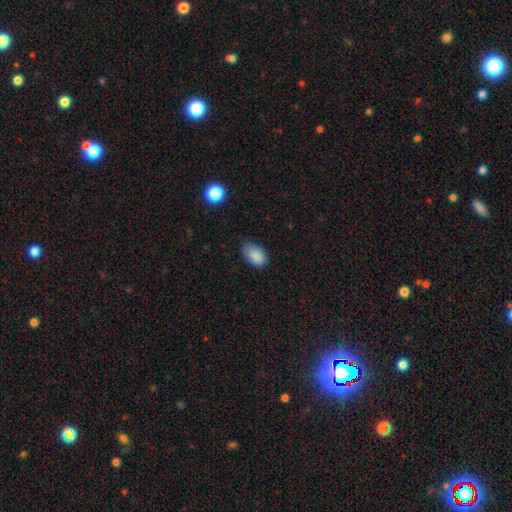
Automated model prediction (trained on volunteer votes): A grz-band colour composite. It shows a smooth galaxy with no disk features (87%) that is in between round and cigar-shaped (90%). Merging: none (59%).